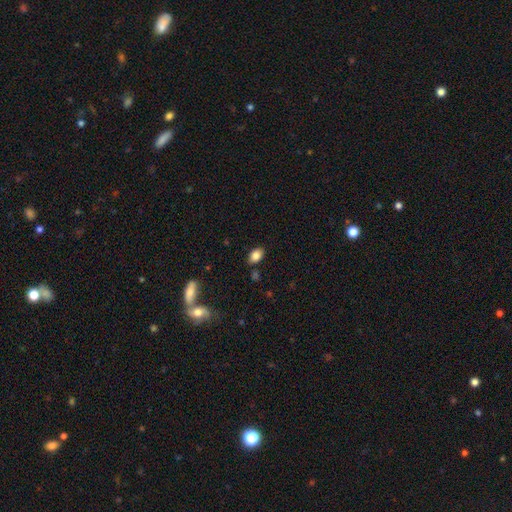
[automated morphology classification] smooth 84%, star or artifact 9%, featured or disk 8%. Down the decision tree: how rounded — in between (88%); merging — none (82%).